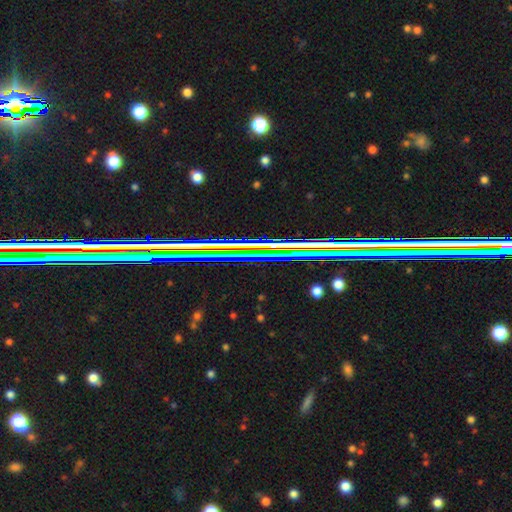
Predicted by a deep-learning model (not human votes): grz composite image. It shows a star or artifact, not a galaxy (68%).